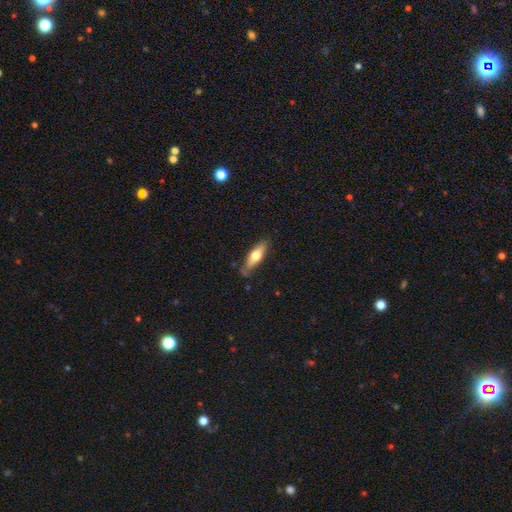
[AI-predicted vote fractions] Smooth or featured?
  - smooth: 61% *
  - featured or disk: 33%
  - star or artifact: 6%
How rounded?
  - in between: 50% *
  - cigar-shaped: 48%
  - round: 2%
Merging?
  - none: 72% *
  - minor disturbance: 21%
  - major disturbance: 4%
  - merger: 3%